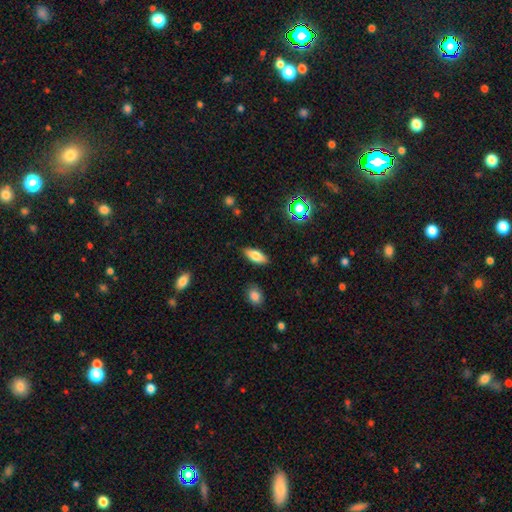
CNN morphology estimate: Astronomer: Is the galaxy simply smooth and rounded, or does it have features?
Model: smooth — 76%.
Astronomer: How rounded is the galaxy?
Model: in between — 77%.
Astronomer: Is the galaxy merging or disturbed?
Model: none — 87%.